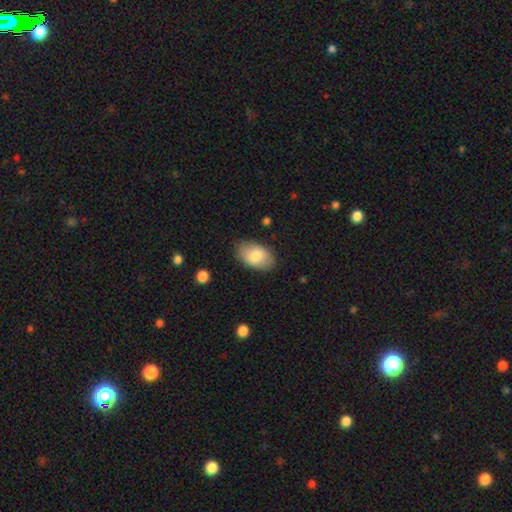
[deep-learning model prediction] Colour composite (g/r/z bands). It shows a smooth galaxy with no disk features (80%) that is in between round and cigar-shaped (92%). Merging: none (83%).